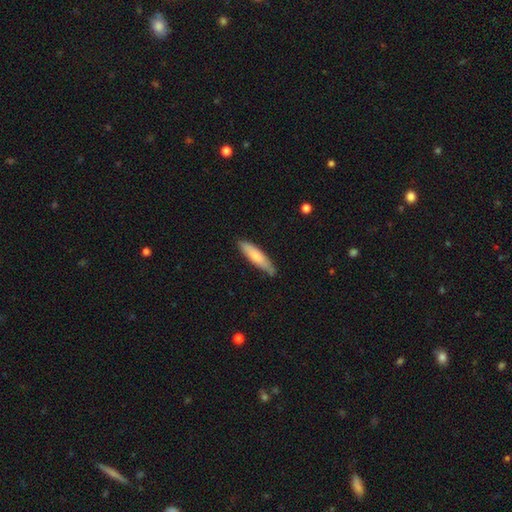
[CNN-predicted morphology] Smooth or featured: smooth — 73% (featured or disk — 21%)
How rounded: cigar-shaped — 76% (in between — 23%)
Merging: none — 76% (minor disturbance — 20%)